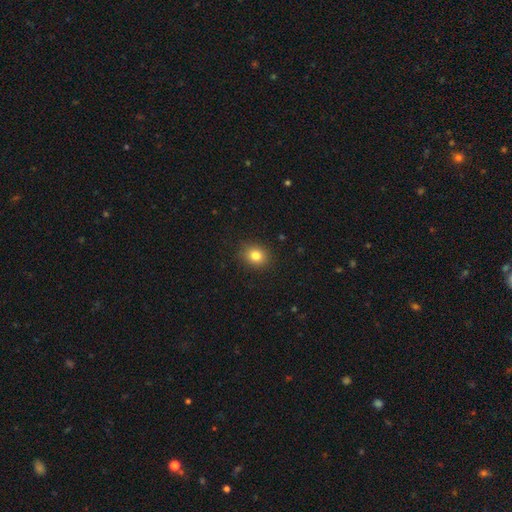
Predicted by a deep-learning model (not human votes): smooth 82%, star or artifact 12%, featured or disk 7%. Down the decision tree: how rounded — round (66%); merging — none (89%).